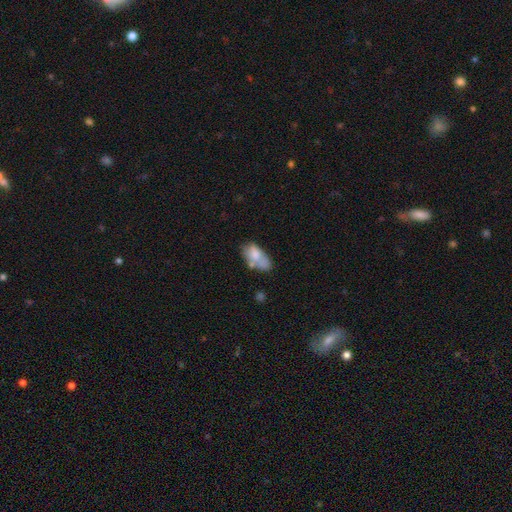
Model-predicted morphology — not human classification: Smooth or featured?
  - smooth: 68% *
  - featured or disk: 25%
  - star or artifact: 8%
How rounded?
  - in between: 92% *
  - round: 4%
  - cigar-shaped: 3%
Merging?
  - none: 37% *
  - minor disturbance: 26%
  - merger: 24%
  - major disturbance: 14%